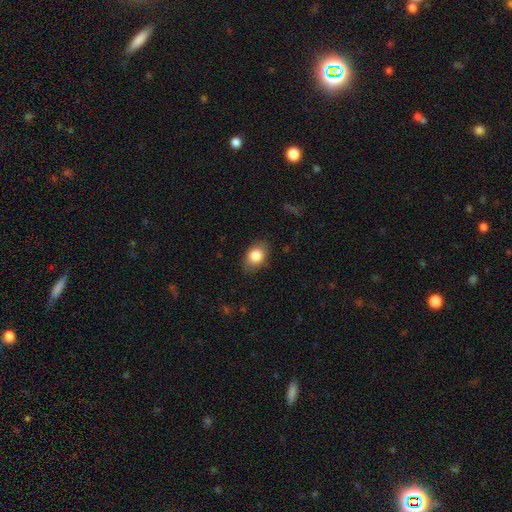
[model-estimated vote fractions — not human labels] Morphology: type=smooth (84%); roundness=in between (72%); merging=none (81%).